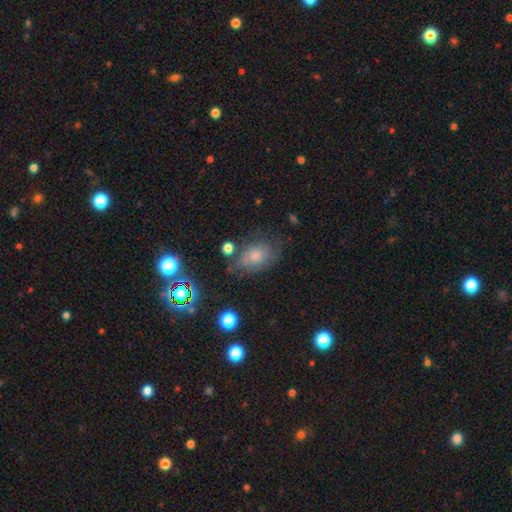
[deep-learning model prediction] Smooth or featured? smooth (50%)
Merging? none (61%)